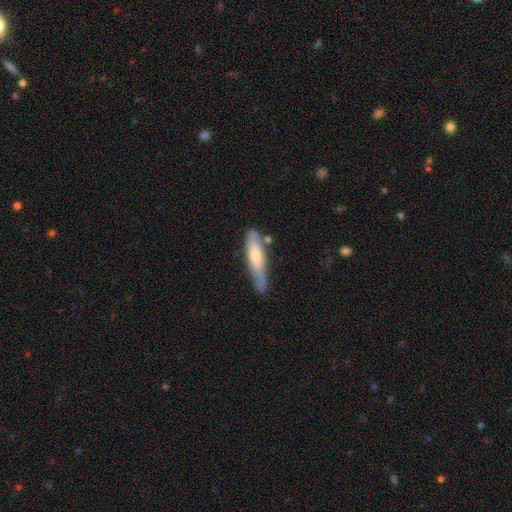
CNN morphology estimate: smooth 55%, featured or disk 39%, star or artifact 6%. Down the decision tree: how rounded — cigar-shaped (79%); merging — none (63%).